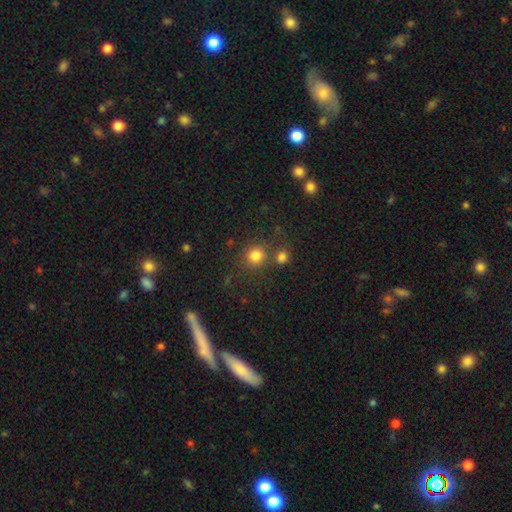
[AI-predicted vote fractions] Smooth or featured: smooth — 80% (star or artifact — 14%)
How rounded: round — 89% (in between — 10%)
Merging: none — 69% (merger — 18%)